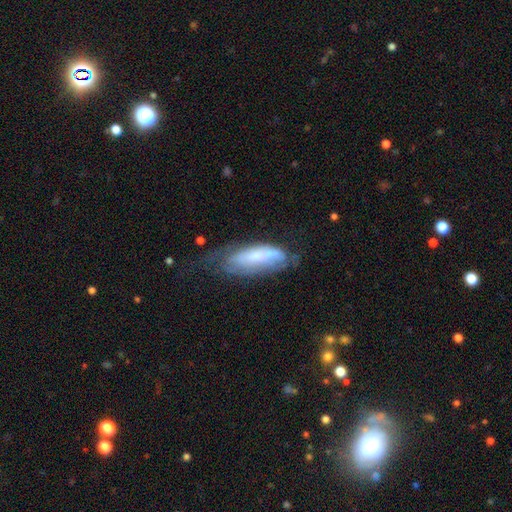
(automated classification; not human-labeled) A featured or disk galaxy (47%). Merging: none (41%).